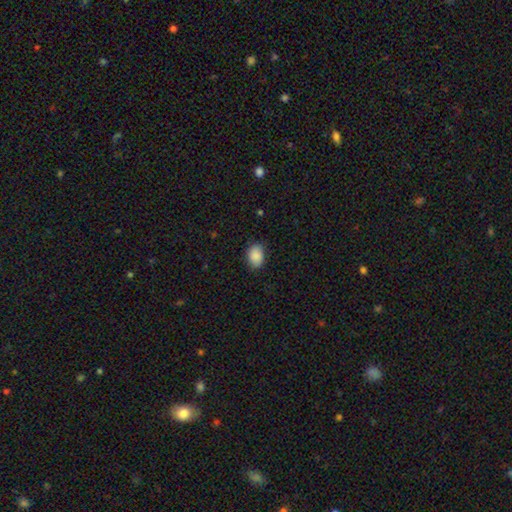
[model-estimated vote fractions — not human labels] Smooth or featured? Predicted: smooth (p=0.89). How rounded? Predicted: in between (p=0.77). Merging? Predicted: none (p=0.84).